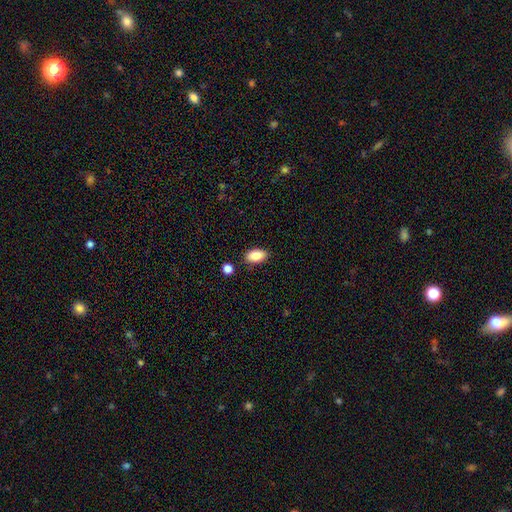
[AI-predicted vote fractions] This is clearly a smooth galaxy (85%). How rounded: clearly in between (92%). Merging: clearly none (84%).